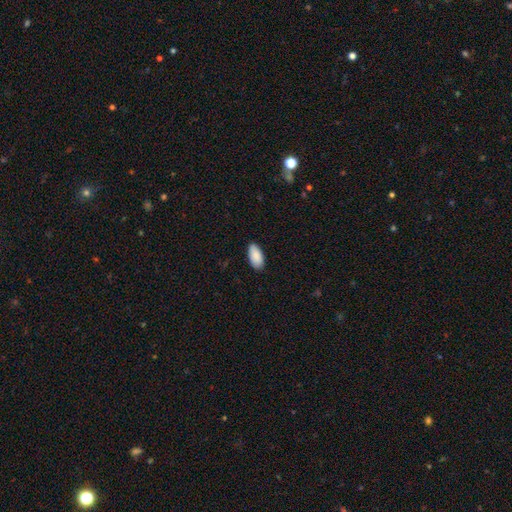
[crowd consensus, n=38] A smooth galaxy with no disk features (89%) that is in between round and cigar-shaped (94%). Merging: none (86%).